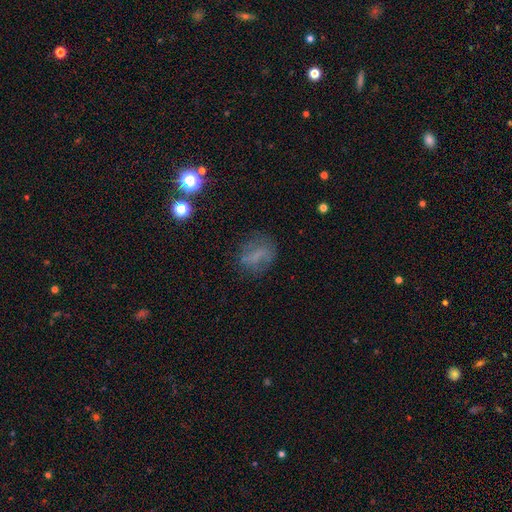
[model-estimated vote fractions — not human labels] The model was most divided on "how rounded": in between: 54%, round: 41%, cigar-shaped: 5%. More confident: merging — none (67%); smooth or featured — smooth (51%).